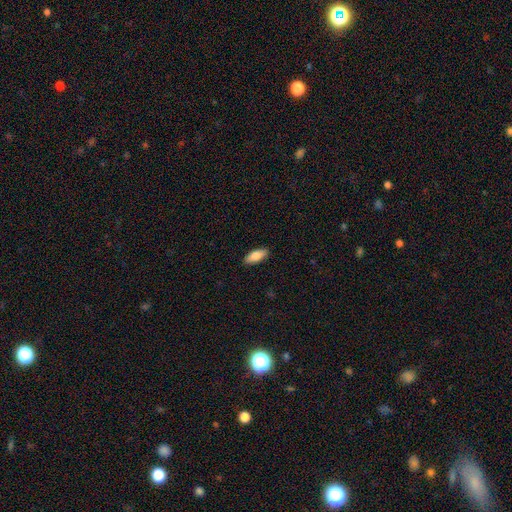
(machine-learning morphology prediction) Smooth or featured: smooth — 82% (featured or disk — 12%)
How rounded: in between — 82% (cigar-shaped — 16%)
Merging: none — 89% (minor disturbance — 8%)